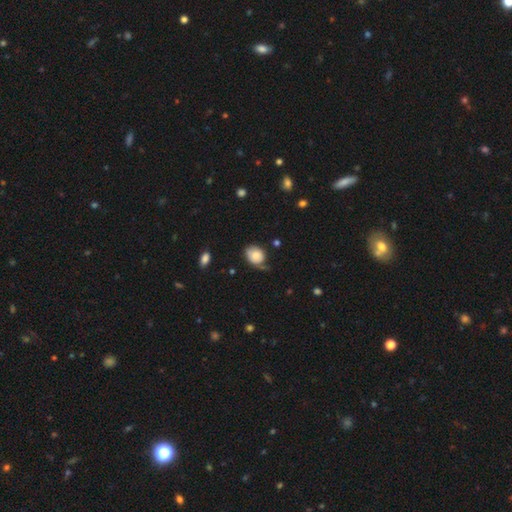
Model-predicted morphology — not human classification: Smooth or featured? Predicted: smooth (p=0.73). How rounded? Predicted: in between (p=0.56). Merging? Predicted: none (p=0.48).